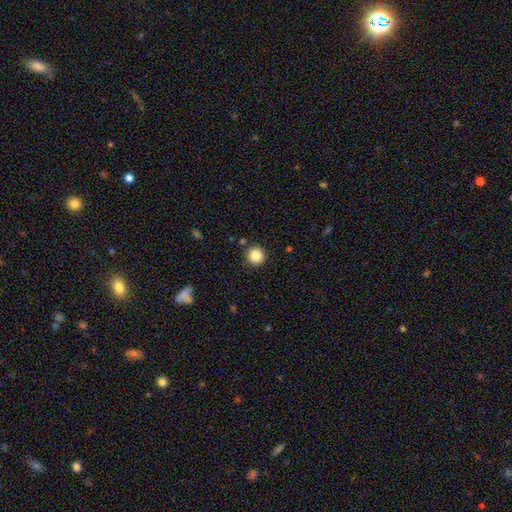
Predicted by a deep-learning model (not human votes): This is clearly a smooth galaxy (86%). How rounded: clearly round (95%). Merging: clearly none (89%).